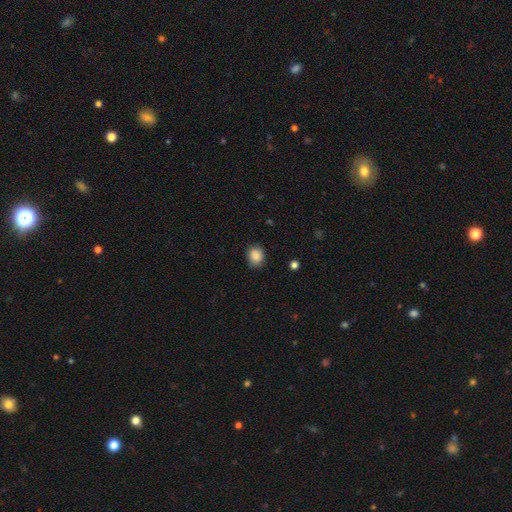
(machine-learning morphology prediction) smooth 85%, star or artifact 9%, featured or disk 7%. Down the decision tree: how rounded — round (67%); merging — none (76%).